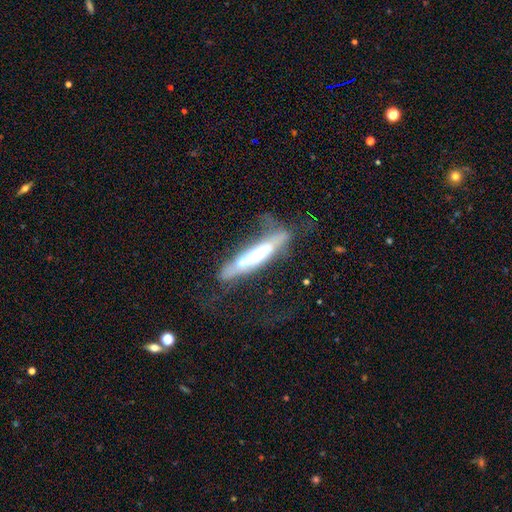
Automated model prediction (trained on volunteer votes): smooth_or_featured: featured or disk (p=0.69) [alt: smooth p=0.25]
disk_edge_on: yes (p=0.70) [alt: no p=0.30]
merging: none (p=0.41) [alt: major disturbance p=0.27]